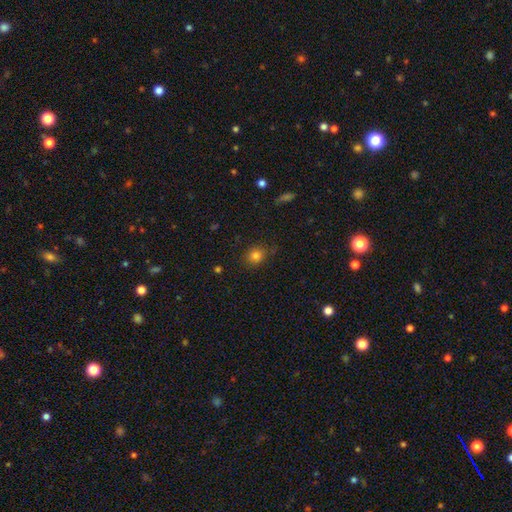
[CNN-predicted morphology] This is likely a smooth galaxy (80%). How rounded: likely round (76%). Merging: clearly none (81%).